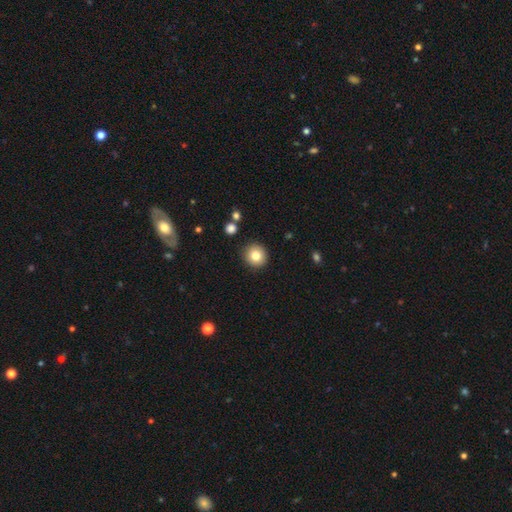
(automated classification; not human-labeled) Q: Smooth or featured?
A: smooth (81%); runner-up: star or artifact (10%)
Q: How rounded?
A: round (93%); runner-up: in between (6%)
Q: Merging?
A: none (90%); runner-up: minor disturbance (6%)